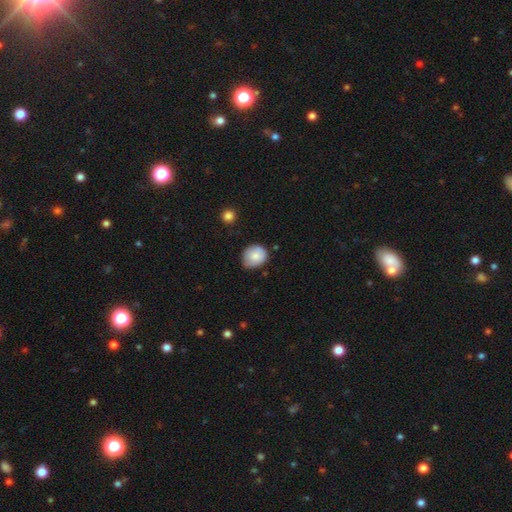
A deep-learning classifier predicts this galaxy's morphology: Smooth or featured? smooth (80%)
How rounded? round (64%)
Merging? none (60%)